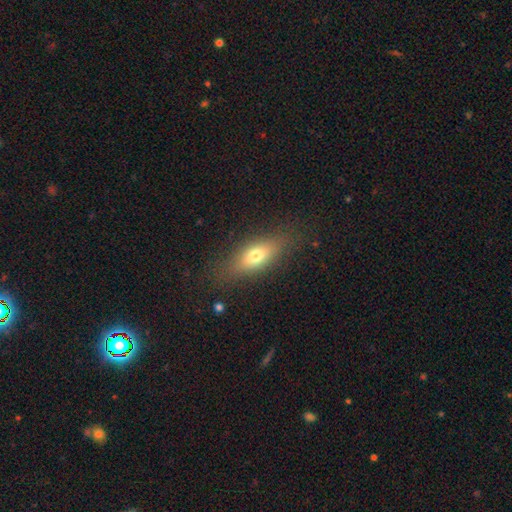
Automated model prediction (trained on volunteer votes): Smooth or featured?
  - smooth: 68% *
  - featured or disk: 23%
  - star or artifact: 9%
How rounded?
  - in between: 69% *
  - cigar-shaped: 26%
  - round: 6%
Merging?
  - none: 80% *
  - minor disturbance: 13%
  - major disturbance: 5%
  - merger: 1%